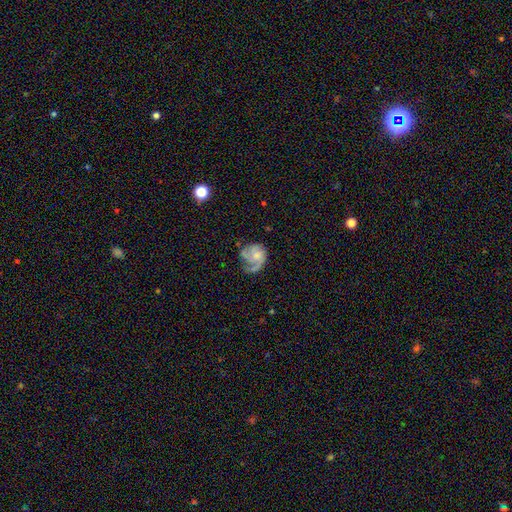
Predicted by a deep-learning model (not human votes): A featured or disk galaxy (72%) with no bar (75%), 3 (30%) medium (41%) spiral arms (90%) and a small central bulge (41%).

Vote fractions:
- Smooth or featured? featured or disk: 72% / smooth: 21% / star or artifact: 7%
- Edge-on disk? no: 98% / yes: 2%
- Bar? no: 75% / weak: 22% / strong: 3%
- Spiral arms? yes: 90% / no: 10%
- Spiral winding? medium: 41% / tight: 36% / loose: 23%
- Spiral arm count? 3: 30% / 2: 24% / 1: 19% / can't tell: 18% / 4: 5% / more than 4: 4%
- Bulge size? small: 41% / moderate: 31% / none: 20% / large: 5% / dominant: 2%
- Merging? none: 48% / major disturbance: 25% / minor disturbance: 25% / merger: 3%